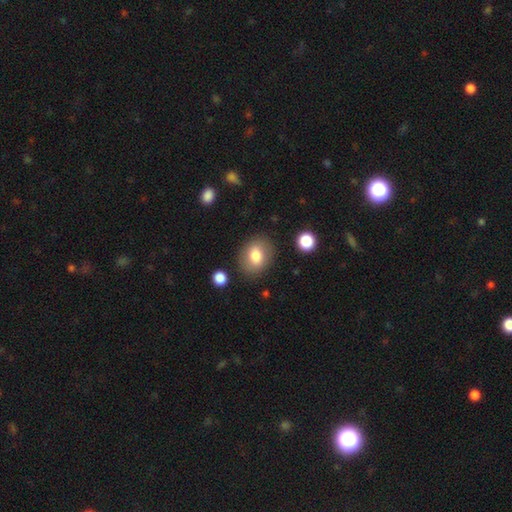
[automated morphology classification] A smooth galaxy with no disk features (78%) that is in between round and cigar-shaped (61%).

Vote fractions:
- Smooth or featured? smooth: 78% / featured or disk: 13% / star or artifact: 8%
- How rounded? in between: 61% / round: 38% / cigar-shaped: 1%
- Merging? none: 82% / minor disturbance: 12% / major disturbance: 4% / merger: 2%